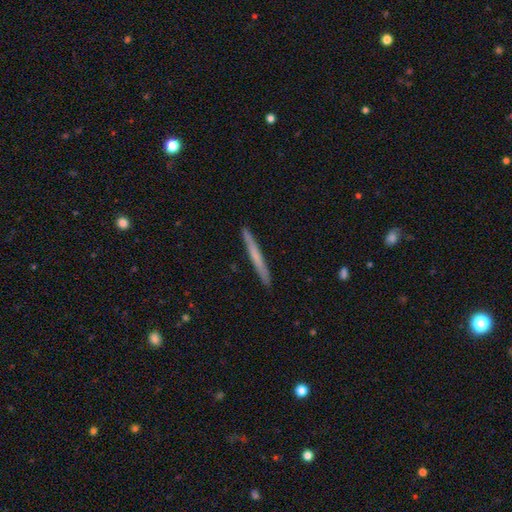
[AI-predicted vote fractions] smooth-or-featured: smooth: 57% | featured or disk: 38% | star or artifact: 6%
  how-rounded: cigar-shaped: 97% | in between: 2% | round: 1%
  merging: none: 92% | minor disturbance: 5% | major disturbance: 1% | merger: 1%